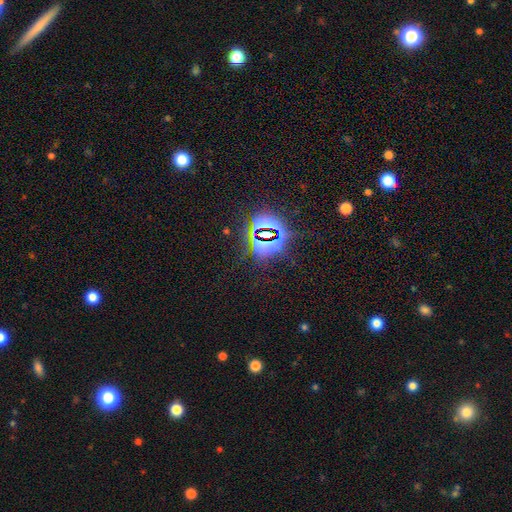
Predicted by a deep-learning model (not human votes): Q: Smooth or featured?
A: star or artifact (83%); runner-up: smooth (10%)